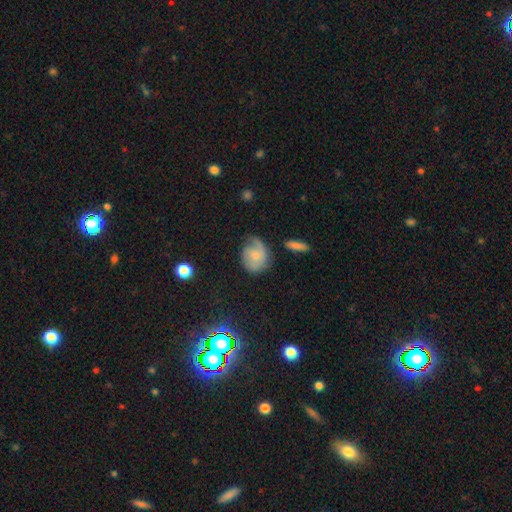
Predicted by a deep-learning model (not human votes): featured or disk 48%, smooth 44%, star or artifact 8%. Down the decision tree: merging — none (49%).